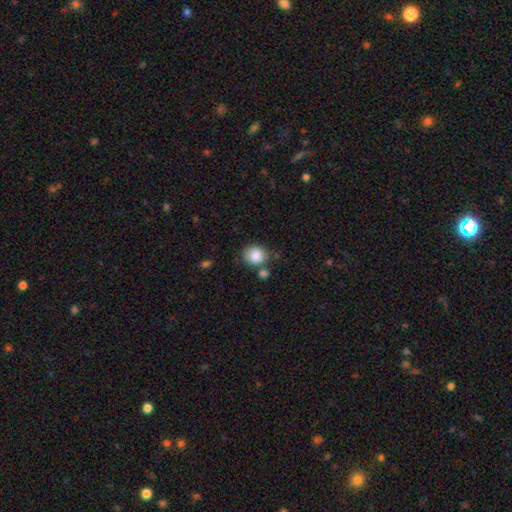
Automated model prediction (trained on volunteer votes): Q: Smooth or featured?
A: smooth (86%); runner-up: star or artifact (8%)
Q: How rounded?
A: round (77%); runner-up: in between (22%)
Q: Merging?
A: none (70%); runner-up: minor disturbance (13%)